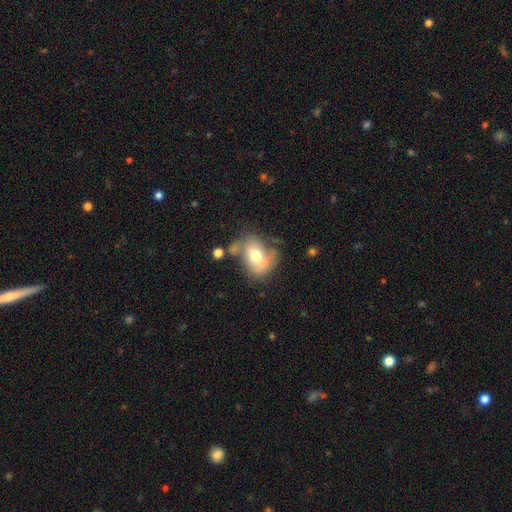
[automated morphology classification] smooth-or-featured: smooth: 62% | featured or disk: 30% | star or artifact: 8%
  how-rounded: in between: 72% | round: 27% | cigar-shaped: 1%
  merging: none: 46% | minor disturbance: 27% | major disturbance: 15% | merger: 12%